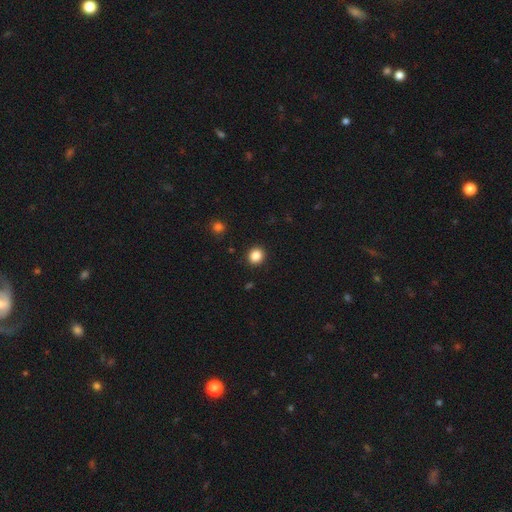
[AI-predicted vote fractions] smooth 85%, star or artifact 11%, featured or disk 4%. Down the decision tree: how rounded — round (86%); merging — none (92%).